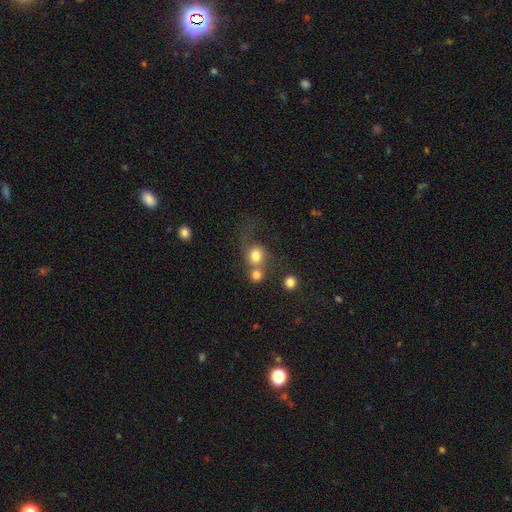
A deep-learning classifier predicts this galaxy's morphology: Smooth or featured? smooth (77%)
How rounded? round (79%)
Merging? merger (42%)